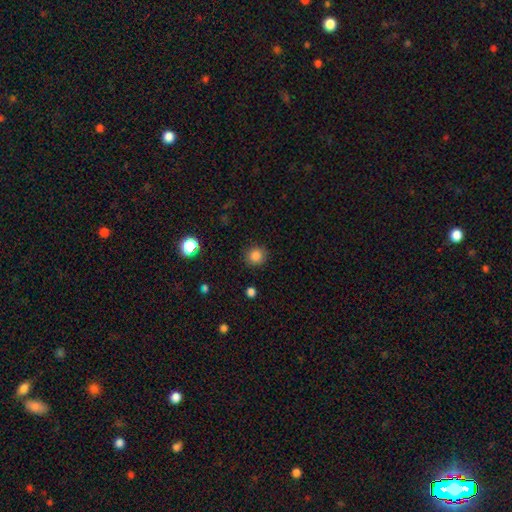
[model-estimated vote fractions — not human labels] Q: Smooth or featured?
A: smooth (84%); runner-up: star or artifact (11%)
Q: How rounded?
A: round (89%); runner-up: in between (10%)
Q: Merging?
A: none (89%); runner-up: minor disturbance (8%)